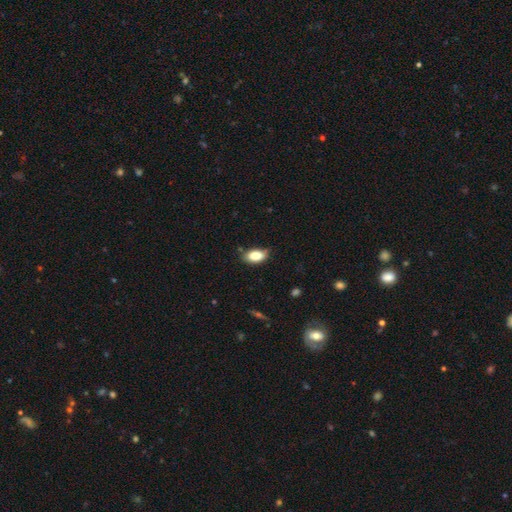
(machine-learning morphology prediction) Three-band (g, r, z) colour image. It shows a smooth galaxy with no disk features (83%) that is in between round and cigar-shaped (90%). Merging: none (66%).